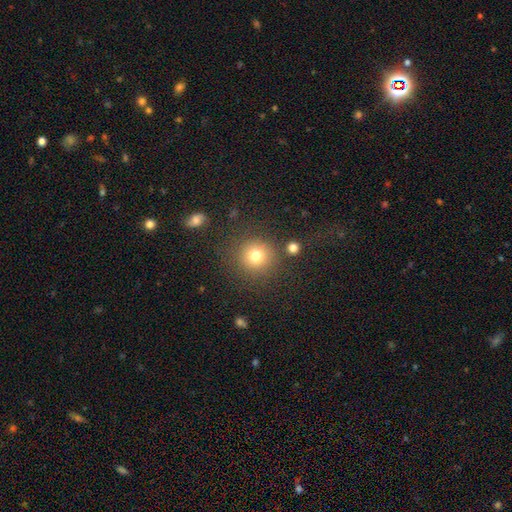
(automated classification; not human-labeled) Morphology: type=smooth (78%); roundness=round (92%); merging=none (82%).